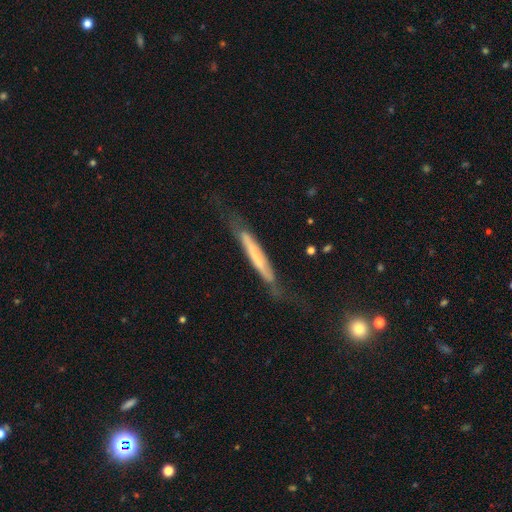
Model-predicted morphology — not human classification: The model was most divided on "smooth or featured": featured or disk: 53%, smooth: 41%, star or artifact: 6%. More confident: edge-on disk — yes (81%); merging — none (61%).